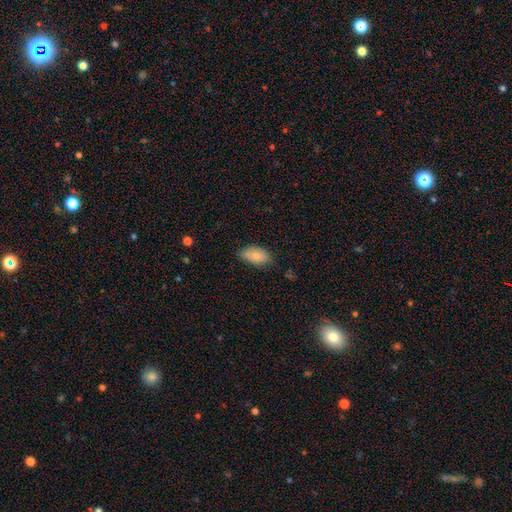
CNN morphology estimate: The model was most divided on "merging": none: 74%, minor disturbance: 22%, major disturbance: 4%, merger: 1%. More confident: how rounded — in between (93%); smooth or featured — smooth (84%).